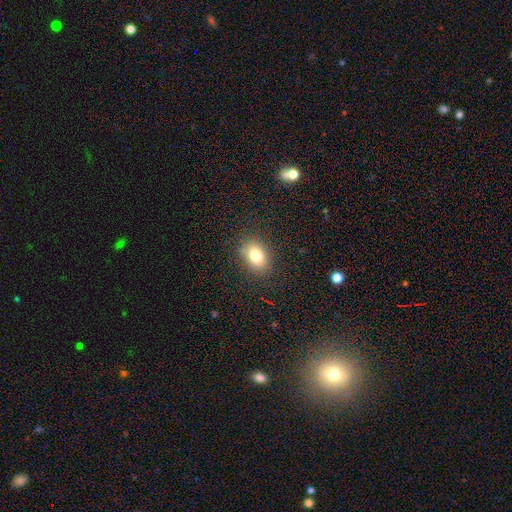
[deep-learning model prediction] A smooth galaxy with no disk features (79%) that is in between round and cigar-shaped (64%). Merging: none (85%).